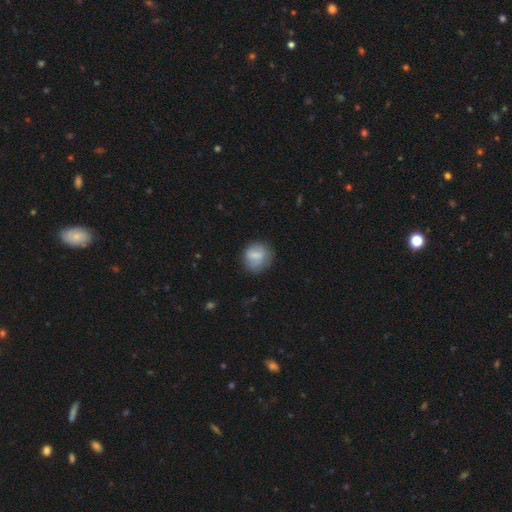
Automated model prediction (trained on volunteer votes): smooth 74%, featured or disk 19%, star or artifact 7%. Down the decision tree: how rounded — round (74%); merging — none (69%).